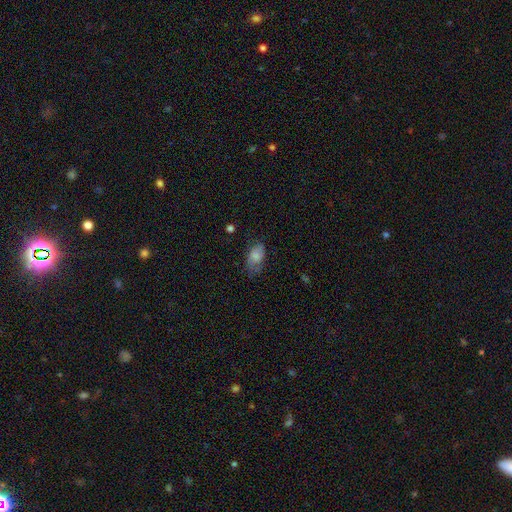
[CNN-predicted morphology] This is likely a smooth galaxy (74%). How rounded: clearly in between (90%). Merging: possibly none (50%).